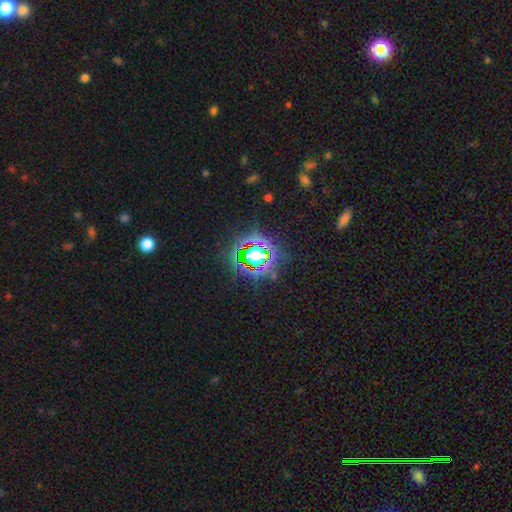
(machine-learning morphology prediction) A star or artifact, not a galaxy (73%).

Vote fractions:
- Smooth or featured? star or artifact: 73% / smooth: 16% / featured or disk: 11%